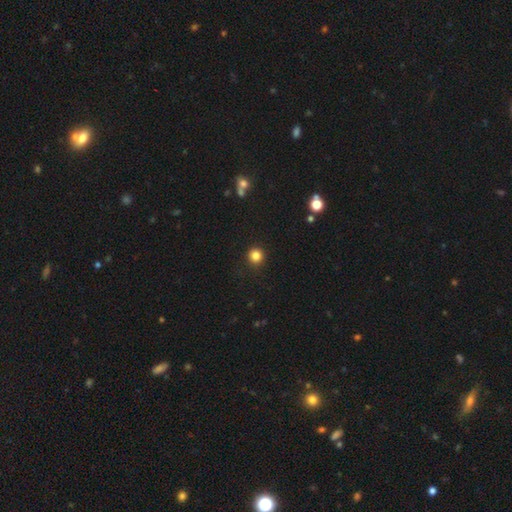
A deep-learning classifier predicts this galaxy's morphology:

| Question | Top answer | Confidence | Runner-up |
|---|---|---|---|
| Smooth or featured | smooth | 84% | star or artifact (12%) |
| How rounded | round | 94% | in between (5%) |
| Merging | none | 92% | minor disturbance (5%) |